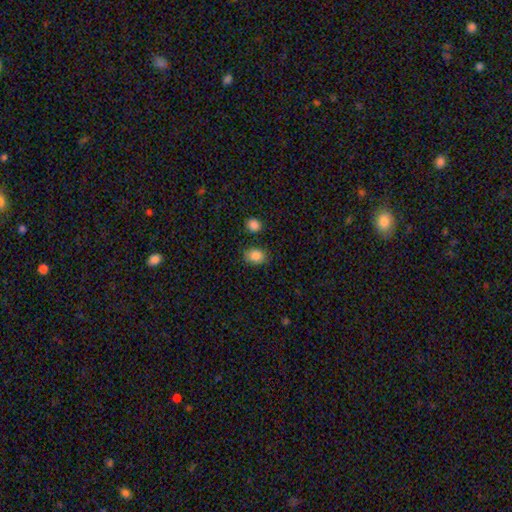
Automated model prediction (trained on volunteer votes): The model was most divided on "how rounded": in between: 59%, round: 40%, cigar-shaped: 1%. More confident: smooth or featured — smooth (86%); merging — none (80%).